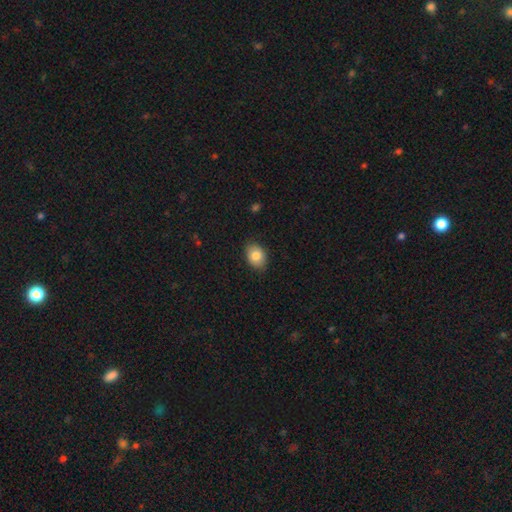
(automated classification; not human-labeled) Smooth or featured? Predicted: smooth (p=0.81). How rounded? Predicted: in between (p=0.73). Merging? Predicted: none (p=0.87).